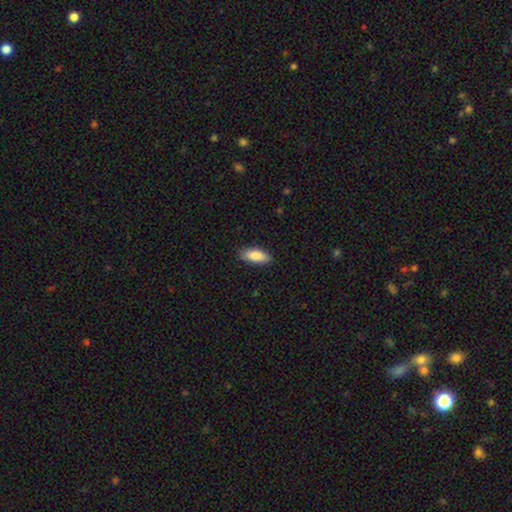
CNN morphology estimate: Overall: smooth (89%). How rounded: in between (83%). Merging: none (87%).